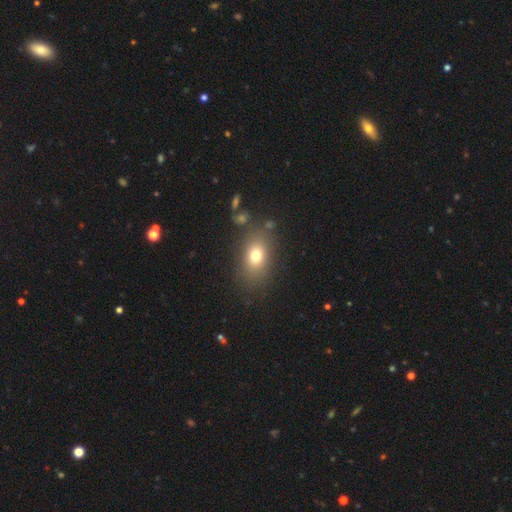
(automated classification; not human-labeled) Morphology: type=smooth (74%); roundness=in between (78%); merging=none (79%).